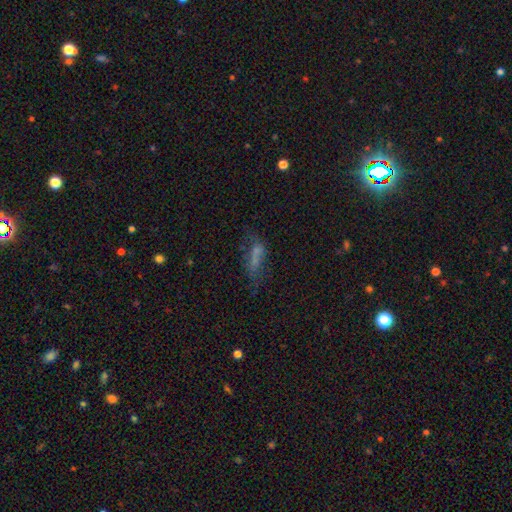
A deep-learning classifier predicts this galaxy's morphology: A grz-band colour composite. It shows a smooth galaxy with no disk features (54%) that is in between round and cigar-shaped (51%). Merging: none (40%).